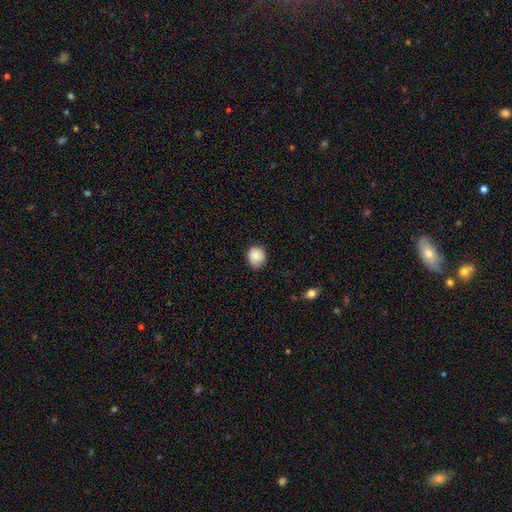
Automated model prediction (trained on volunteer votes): This appears to be a smooth galaxy with no disk features (83%) that is round (78%). Merging: none (73%).